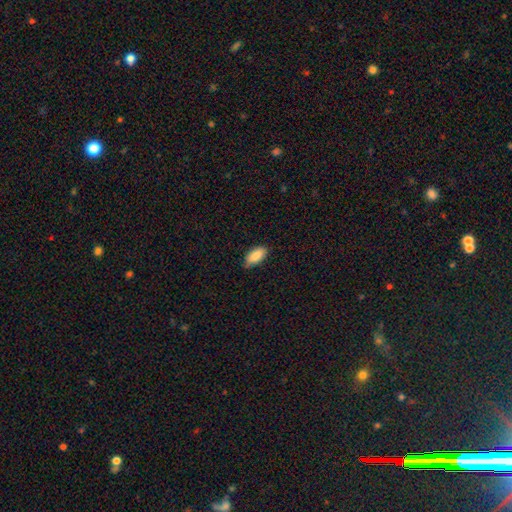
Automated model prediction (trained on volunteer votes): smooth-or-featured: smooth: 86% | featured or disk: 8% | star or artifact: 6%
  how-rounded: in between: 88% | cigar-shaped: 10% | round: 2%
  merging: none: 77% | minor disturbance: 20% | major disturbance: 3% | merger: 1%